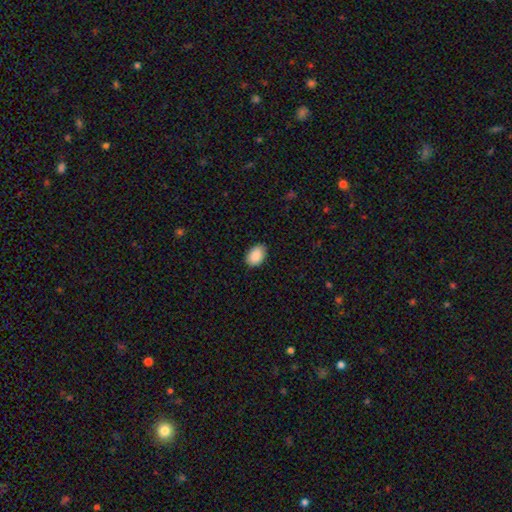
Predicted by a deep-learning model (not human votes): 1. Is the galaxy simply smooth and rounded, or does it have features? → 89% smooth, 7% star or artifact, 4% featured or disk.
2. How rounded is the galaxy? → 87% in between, 12% round, 1% cigar-shaped.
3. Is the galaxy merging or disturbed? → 85% none, 12% minor disturbance, 2% major disturbance, 1% merger.